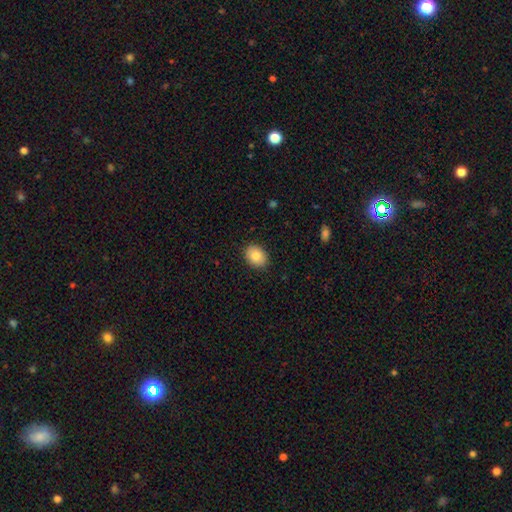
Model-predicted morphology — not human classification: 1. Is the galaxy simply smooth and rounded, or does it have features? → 83% smooth, 9% featured or disk, 8% star or artifact.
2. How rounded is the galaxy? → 63% in between, 36% round, 1% cigar-shaped.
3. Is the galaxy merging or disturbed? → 89% none, 8% minor disturbance, 2% major disturbance, 1% merger.